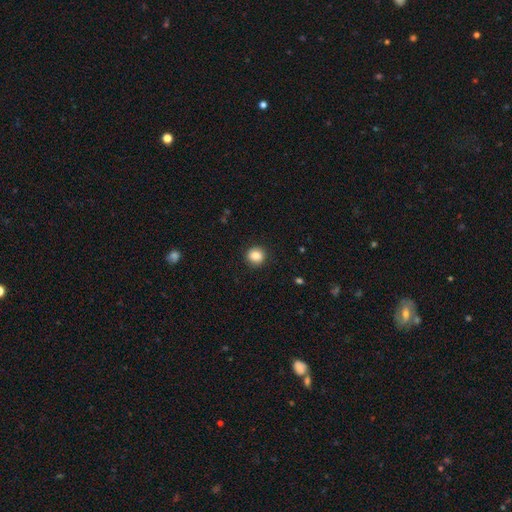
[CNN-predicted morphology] A smooth galaxy with no disk features (87%) that is round (89%). Merging: none (90%).